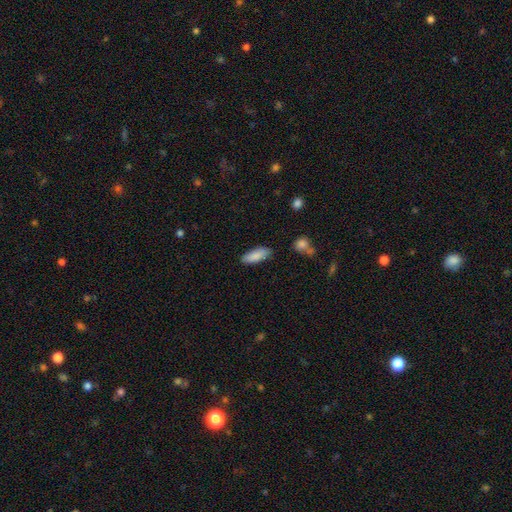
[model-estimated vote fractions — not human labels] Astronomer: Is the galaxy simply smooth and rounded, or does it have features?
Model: smooth — 87%.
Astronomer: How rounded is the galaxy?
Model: in between — 74%.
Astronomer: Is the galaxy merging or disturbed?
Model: none — 83%.